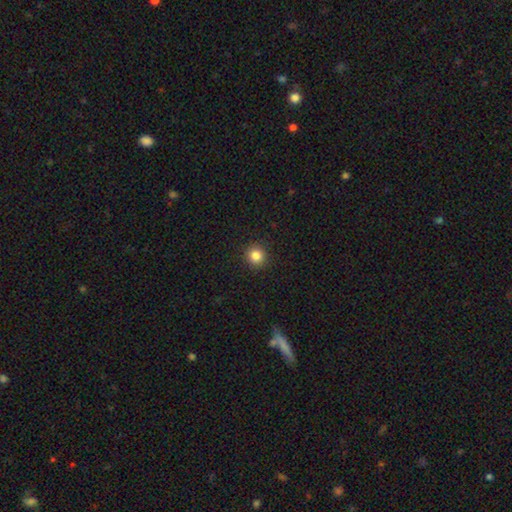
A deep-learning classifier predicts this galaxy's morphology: Q: Smooth or featured?
A: smooth (83%); runner-up: star or artifact (12%)
Q: How rounded?
A: round (94%); runner-up: in between (5%)
Q: Merging?
A: none (93%); runner-up: minor disturbance (5%)